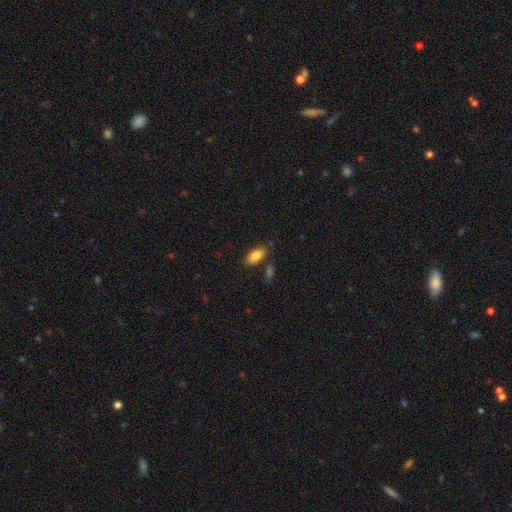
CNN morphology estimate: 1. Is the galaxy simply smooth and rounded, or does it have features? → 84% smooth, 10% featured or disk, 7% star or artifact.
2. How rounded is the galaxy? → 89% in between, 9% cigar-shaped, 2% round.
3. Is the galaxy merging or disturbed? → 76% none, 13% minor disturbance, 8% merger, 3% major disturbance.